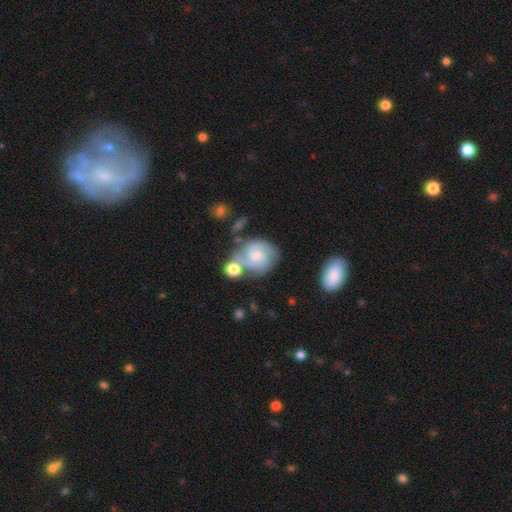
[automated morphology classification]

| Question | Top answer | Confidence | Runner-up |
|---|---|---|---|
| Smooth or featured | featured or disk | 77% | smooth (17%) |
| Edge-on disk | no | 98% | yes (2%) |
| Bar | no | 59% | weak (35%) |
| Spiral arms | yes | 96% | no (4%) |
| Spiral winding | tight | 49% | medium (42%) |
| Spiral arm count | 2 | 54% | 3 (22%) |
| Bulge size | small | 49% | moderate (41%) |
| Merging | none | 51% | merger (22%) |